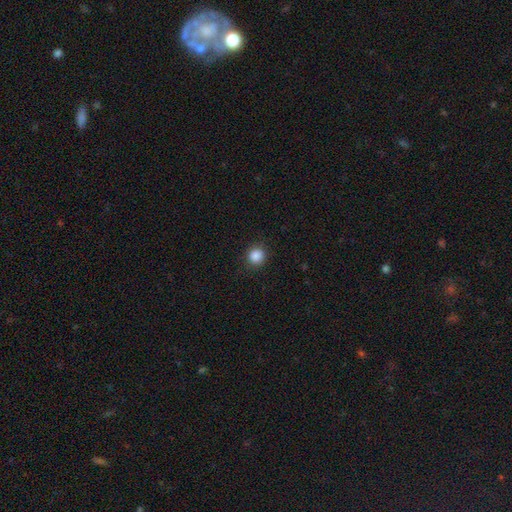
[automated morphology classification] Smooth or featured: smooth — 87% (star or artifact — 10%)
How rounded: round — 93% (in between — 6%)
Merging: none — 90% (minor disturbance — 7%)